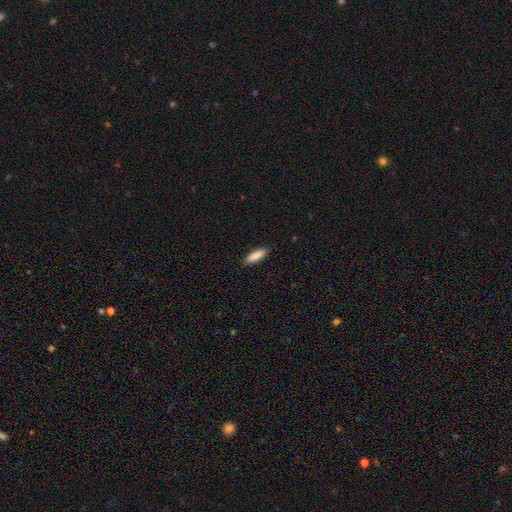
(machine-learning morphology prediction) Smooth or featured? Predicted: smooth (p=0.87). How rounded? Predicted: cigar-shaped (p=0.57). Merging? Predicted: none (p=0.90).